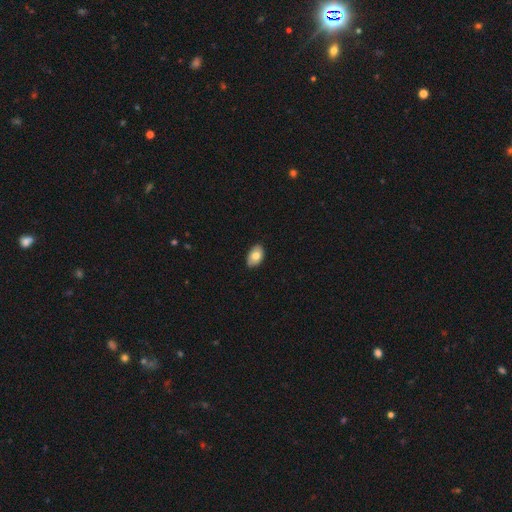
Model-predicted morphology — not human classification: This appears to be a smooth galaxy with no disk features (77%) that is in between round and cigar-shaped (92%). Merging: none (85%).